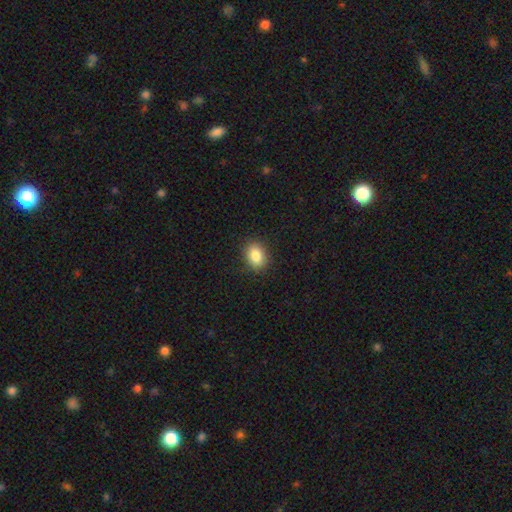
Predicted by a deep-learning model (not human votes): Q: Smooth or featured?
A: smooth (85%); runner-up: star or artifact (9%)
Q: How rounded?
A: in between (70%); runner-up: round (29%)
Q: Merging?
A: none (87%); runner-up: minor disturbance (10%)